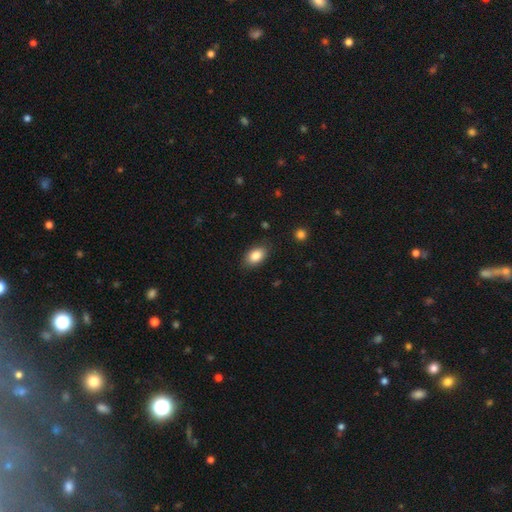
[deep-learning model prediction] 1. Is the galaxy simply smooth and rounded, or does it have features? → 86% smooth, 7% star or artifact, 6% featured or disk.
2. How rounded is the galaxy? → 89% in between, 9% round, 2% cigar-shaped.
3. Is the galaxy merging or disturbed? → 84% none, 12% minor disturbance, 3% major disturbance, 1% merger.